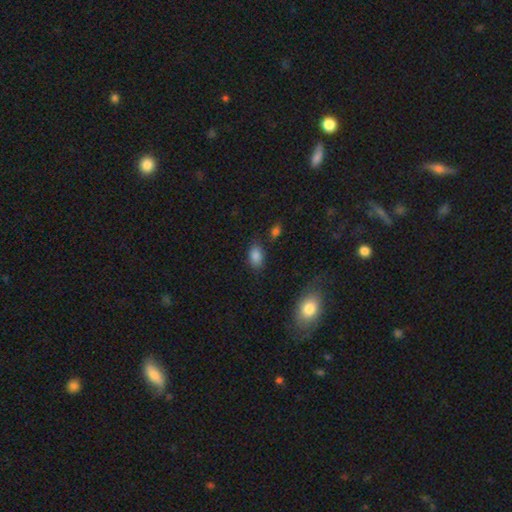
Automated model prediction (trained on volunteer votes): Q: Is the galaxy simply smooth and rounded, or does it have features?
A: smooth — 84%.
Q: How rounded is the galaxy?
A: in between — 87%.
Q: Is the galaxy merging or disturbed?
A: none — 76%.